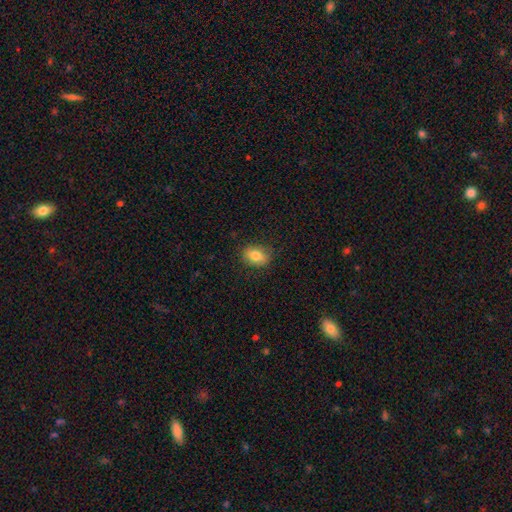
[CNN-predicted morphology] smooth 81%, featured or disk 10%, star or artifact 9%. Down the decision tree: how rounded — in between (69%); merging — none (84%).